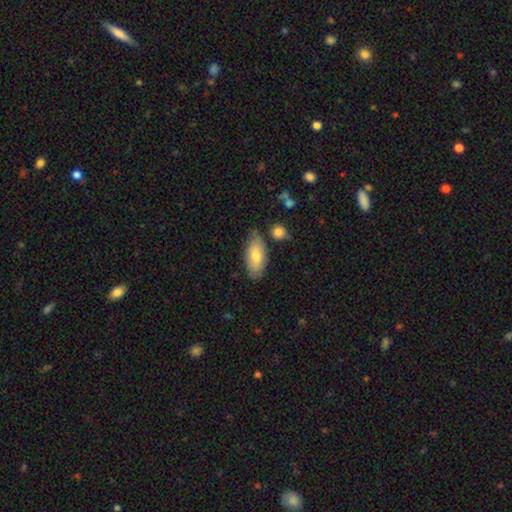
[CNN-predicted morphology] This appears to be a smooth galaxy with no disk features (72%) that is in between round and cigar-shaped (87%). Merging: none (75%).